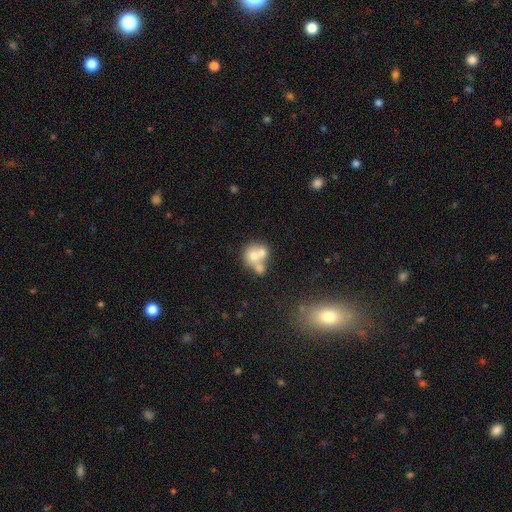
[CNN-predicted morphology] smooth-or-featured: smooth: 60% | featured or disk: 29% | star or artifact: 11%
  how-rounded: round: 70% | in between: 29% | cigar-shaped: 1%
  merging: merger: 64% | none: 24% | minor disturbance: 8% | major disturbance: 5%